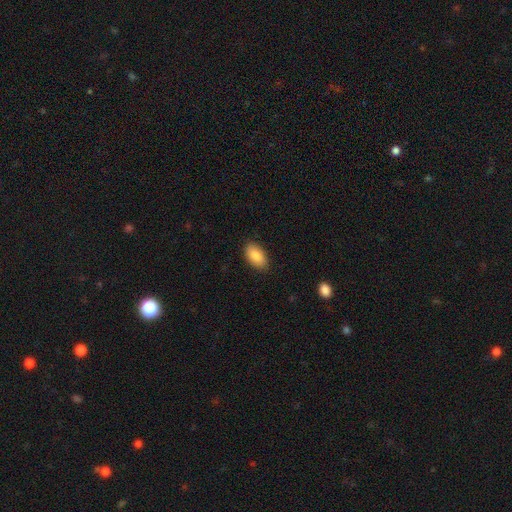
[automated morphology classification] Q: Smooth or featured?
A: smooth (89%); runner-up: star or artifact (6%)
Q: How rounded?
A: in between (94%); runner-up: round (3%)
Q: Merging?
A: none (87%); runner-up: minor disturbance (10%)